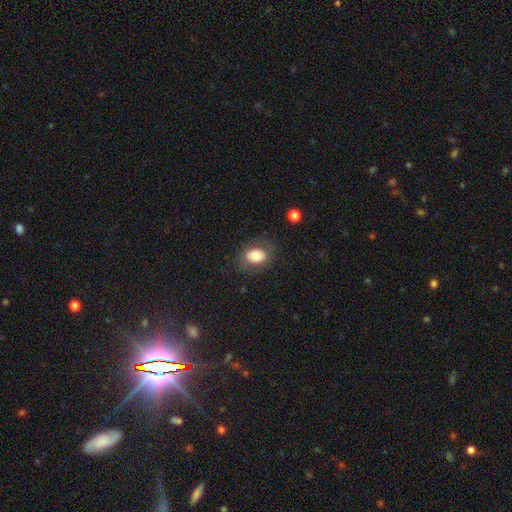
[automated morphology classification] Smooth or featured?
  - smooth: 76% *
  - featured or disk: 15%
  - star or artifact: 9%
How rounded?
  - in between: 70% *
  - round: 29%
  - cigar-shaped: 1%
Merging?
  - none: 77% *
  - minor disturbance: 15%
  - major disturbance: 7%
  - merger: 1%